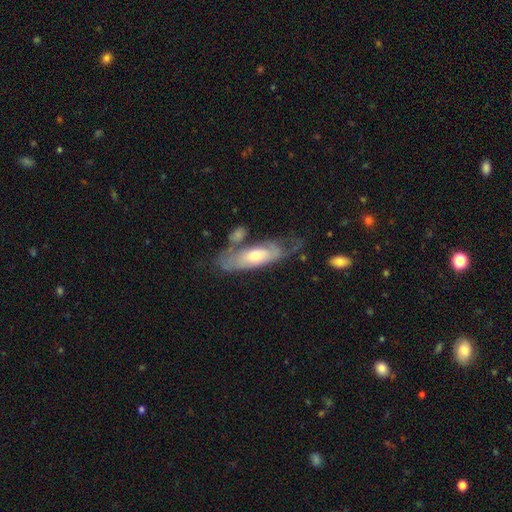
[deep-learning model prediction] Overall: featured or disk (62%; smooth 32%). Edge-on disk: no (75%). Merging: none (47%; minor disturbance 24%).